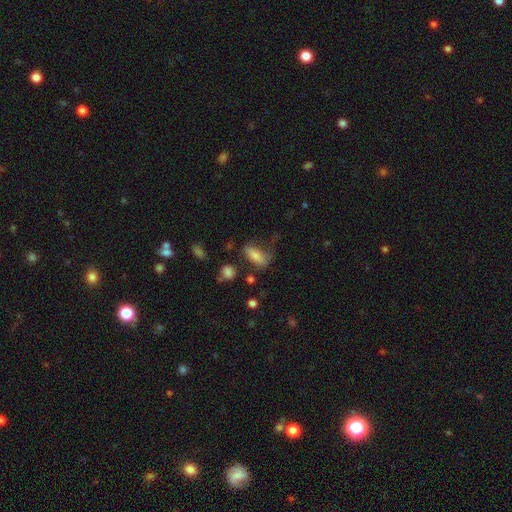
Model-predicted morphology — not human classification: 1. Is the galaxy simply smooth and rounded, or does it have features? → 77% smooth, 14% featured or disk, 10% star or artifact.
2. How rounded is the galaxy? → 81% in between, 15% cigar-shaped, 4% round.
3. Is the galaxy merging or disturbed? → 40% none, 29% minor disturbance, 26% major disturbance, 5% merger.